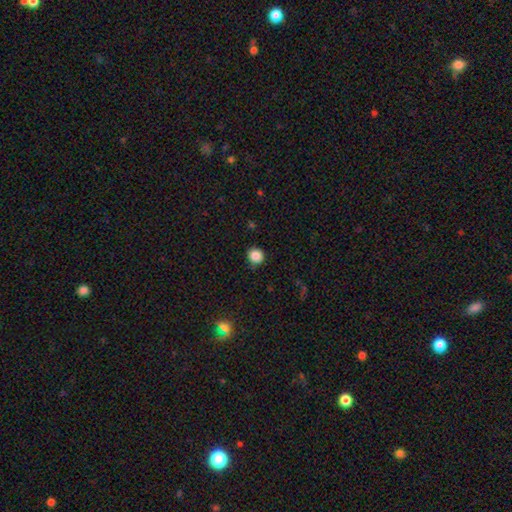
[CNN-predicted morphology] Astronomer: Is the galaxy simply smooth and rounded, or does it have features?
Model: smooth — 86%.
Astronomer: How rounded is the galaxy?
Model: round — 91%.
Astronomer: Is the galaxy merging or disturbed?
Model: none — 86%.